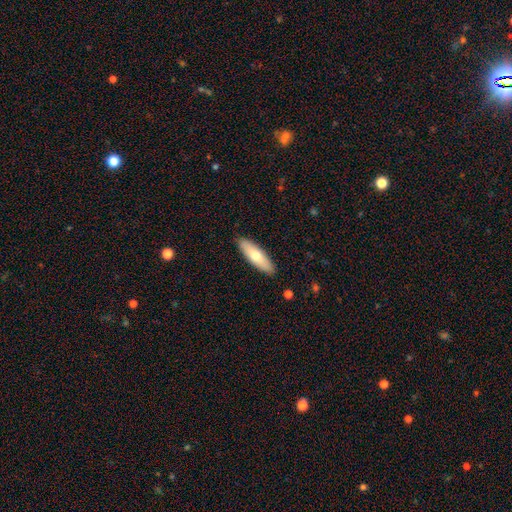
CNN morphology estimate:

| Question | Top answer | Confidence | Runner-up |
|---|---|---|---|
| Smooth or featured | smooth | 66% | featured or disk (29%) |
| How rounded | in between | 50% | cigar-shaped (48%) |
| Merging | none | 89% | minor disturbance (8%) |